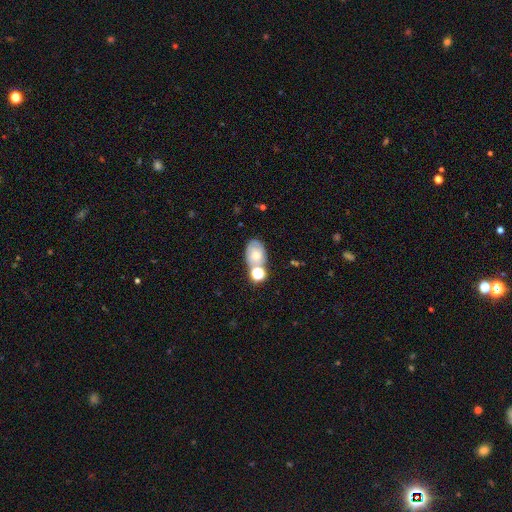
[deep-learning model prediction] A smooth galaxy with no disk features (60%) that is in between round and cigar-shaped (79%).

Vote fractions:
- Smooth or featured? smooth: 60% / featured or disk: 27% / star or artifact: 13%
- How rounded? in between: 79% / round: 19% / cigar-shaped: 2%
- Merging? none: 48% / merger: 28% / minor disturbance: 17% / major disturbance: 7%